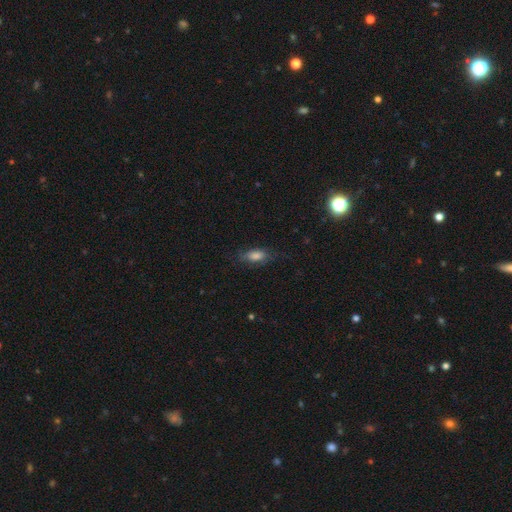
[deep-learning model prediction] smooth_or_featured: smooth (p=0.72) [alt: featured or disk p=0.19]
how_rounded: in between (p=0.76) [alt: cigar-shaped p=0.20]
merging: none (p=0.67) [alt: minor disturbance p=0.22]